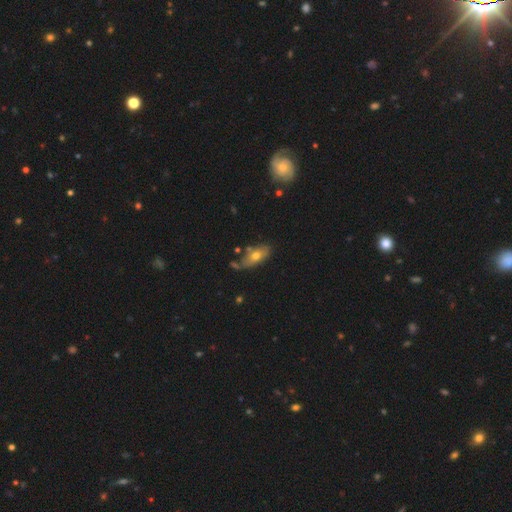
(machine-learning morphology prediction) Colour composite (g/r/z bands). It shows a smooth galaxy with no disk features (61%) that is in between round and cigar-shaped (84%). Merging: none (56%).